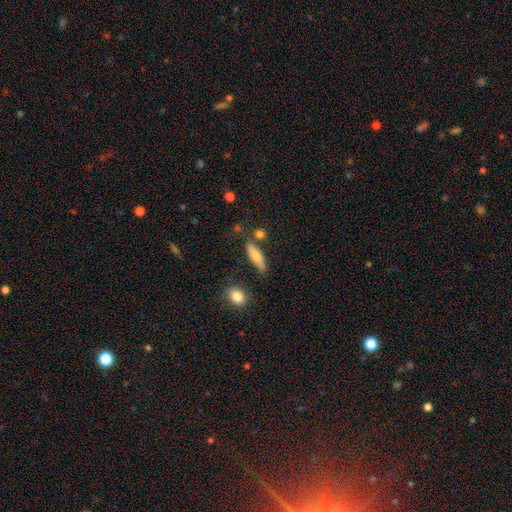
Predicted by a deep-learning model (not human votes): smooth_or_featured: smooth (p=0.70) [alt: featured or disk p=0.23]
how_rounded: cigar-shaped (p=0.63) [alt: in between p=0.33]
merging: none (p=0.69) [alt: minor disturbance p=0.17]